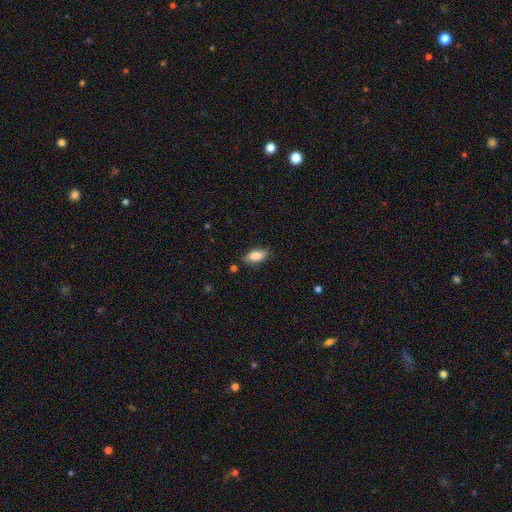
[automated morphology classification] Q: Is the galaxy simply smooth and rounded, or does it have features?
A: smooth — 85%.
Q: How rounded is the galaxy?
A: in between — 89%.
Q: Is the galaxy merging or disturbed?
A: none — 82%.